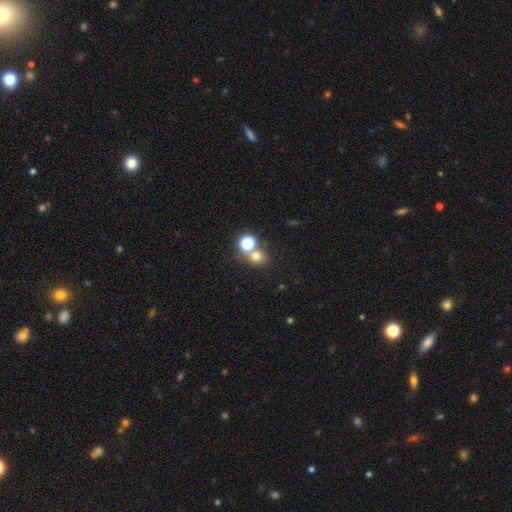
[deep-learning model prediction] This appears to be a smooth galaxy with no disk features (70%) that is round (78%). Merging: none (58%).